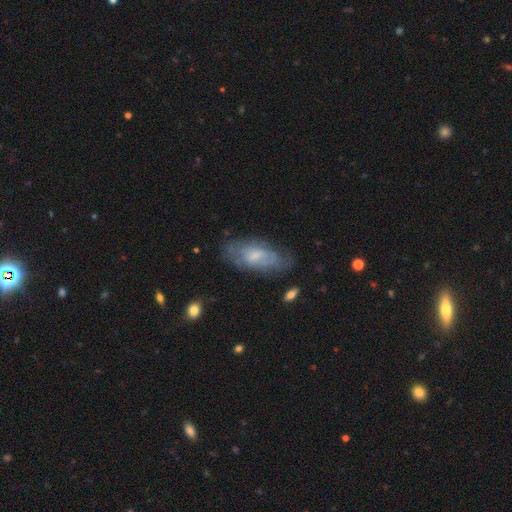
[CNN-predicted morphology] smooth-or-featured: featured or disk: 47% | smooth: 46% | star or artifact: 7%
  merging: none: 63% | minor disturbance: 25% | major disturbance: 10% | merger: 2%